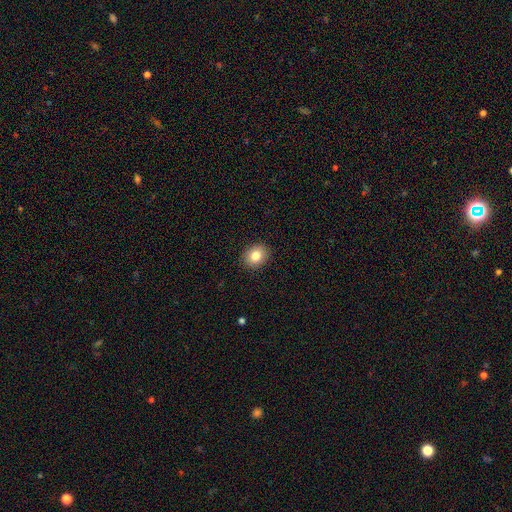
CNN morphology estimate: Smooth or featured? Predicted: smooth (p=0.82). How rounded? Predicted: round (p=0.55). Merging? Predicted: none (p=0.90).